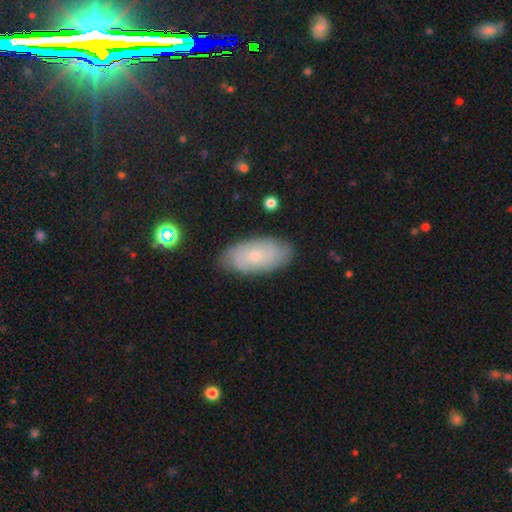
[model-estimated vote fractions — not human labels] Overall: featured or disk (51%; smooth 41%). Edge-on disk: no (91%). Merging: none (81%).